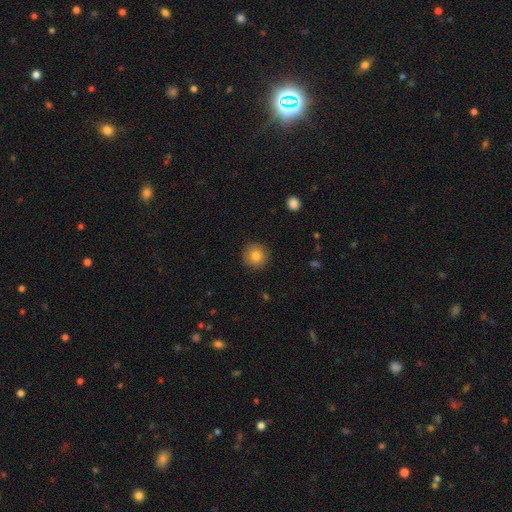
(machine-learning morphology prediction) This is clearly a smooth galaxy (82%). How rounded: clearly round (95%). Merging: clearly none (91%).